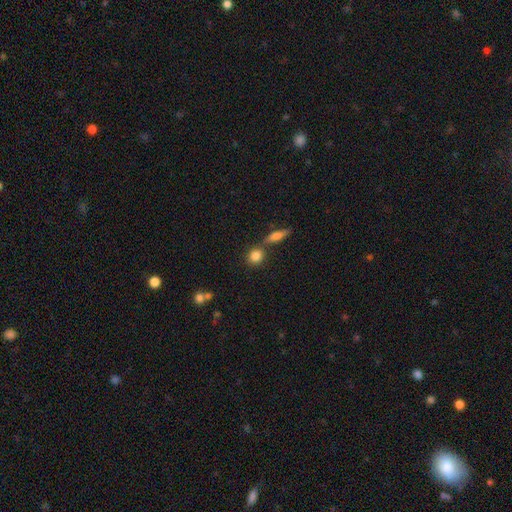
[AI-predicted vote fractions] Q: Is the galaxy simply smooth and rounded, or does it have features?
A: smooth — 83%.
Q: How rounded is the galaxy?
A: round — 75%.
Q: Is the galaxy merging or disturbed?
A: none — 65%.